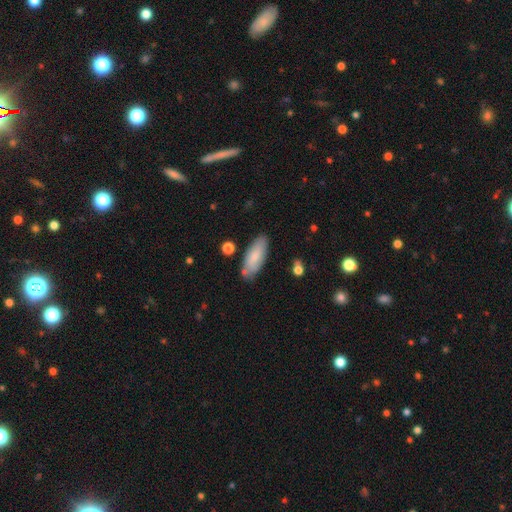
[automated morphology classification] This appears to be a smooth galaxy with no disk features (77%) that is in between round and cigar-shaped (72%). Merging: none (76%).